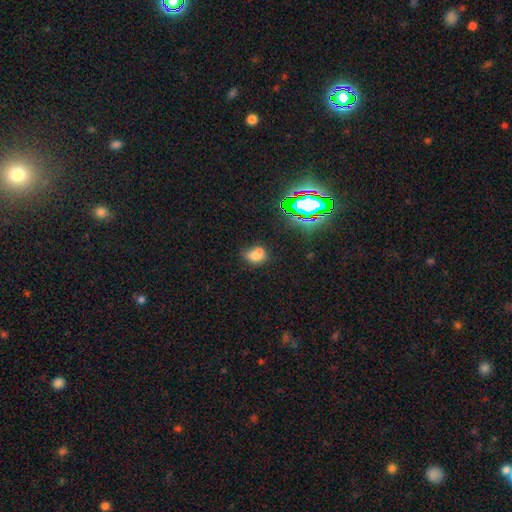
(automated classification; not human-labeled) smooth_or_featured: smooth (p=0.70) [alt: star or artifact p=0.17]
how_rounded: in between (p=0.60) [alt: round p=0.38]
merging: none (p=0.43) [alt: merger p=0.29]